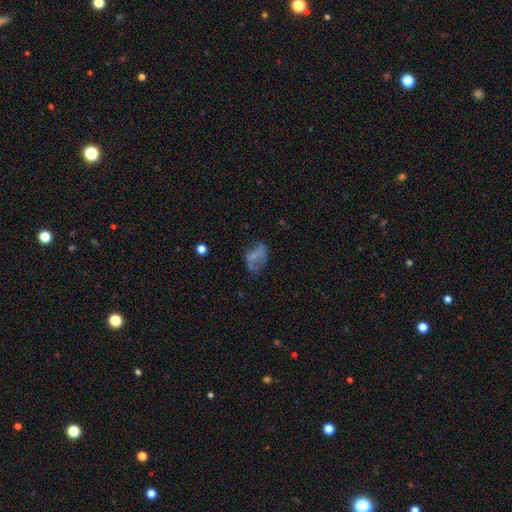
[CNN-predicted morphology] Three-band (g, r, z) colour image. It shows a smooth galaxy with no disk features (50%). Merging: none (40%).